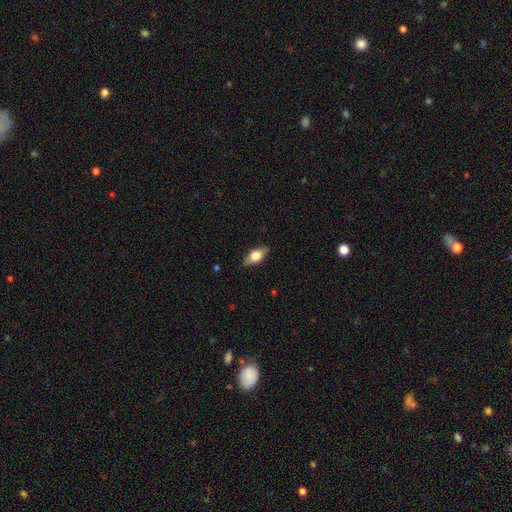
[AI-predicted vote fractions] Smooth or featured? smooth (63%)
How rounded? in between (83%)
Merging? none (84%)